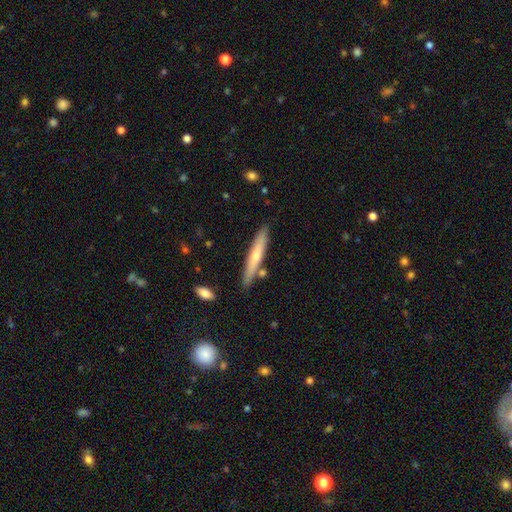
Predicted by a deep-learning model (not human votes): A smooth galaxy with no disk features (53%) that is cigar-shaped (93%). Merging: none (83%).